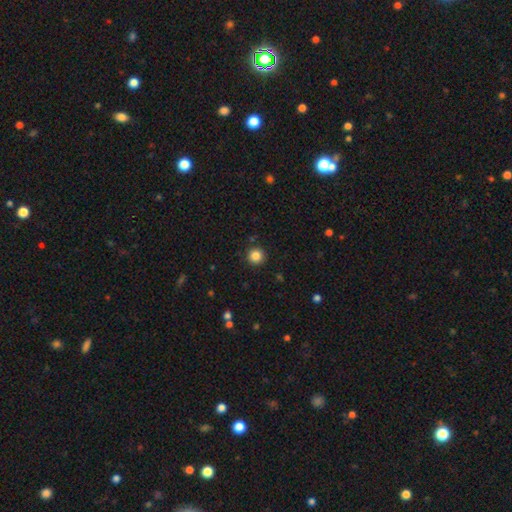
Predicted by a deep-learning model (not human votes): The model was most divided on "smooth or featured": smooth: 85%, star or artifact: 11%, featured or disk: 4%. More confident: how rounded — round (95%); merging — none (91%).